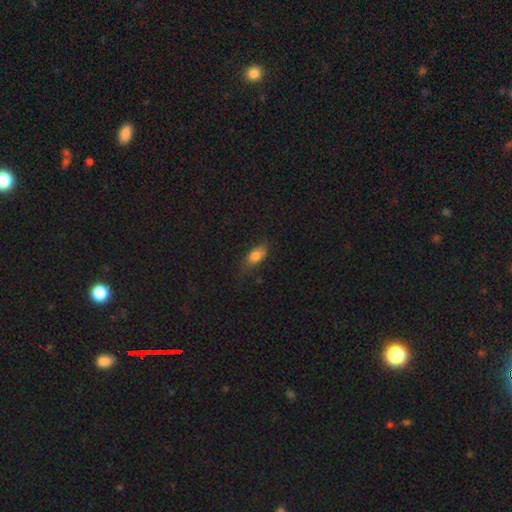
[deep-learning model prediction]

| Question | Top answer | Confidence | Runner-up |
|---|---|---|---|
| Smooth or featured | smooth | 78% | featured or disk (13%) |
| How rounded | in between | 79% | cigar-shaped (14%) |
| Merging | none | 62% | minor disturbance (27%) |